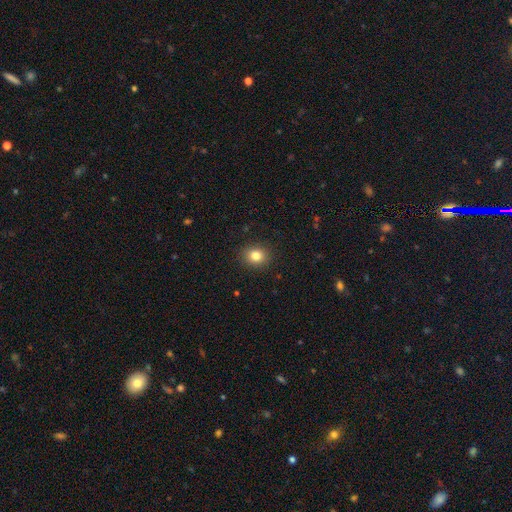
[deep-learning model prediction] smooth-or-featured: smooth: 83% | star or artifact: 11% | featured or disk: 6%
  how-rounded: round: 66% | in between: 33% | cigar-shaped: 1%
  merging: none: 89% | minor disturbance: 7% | major disturbance: 2% | merger: 1%